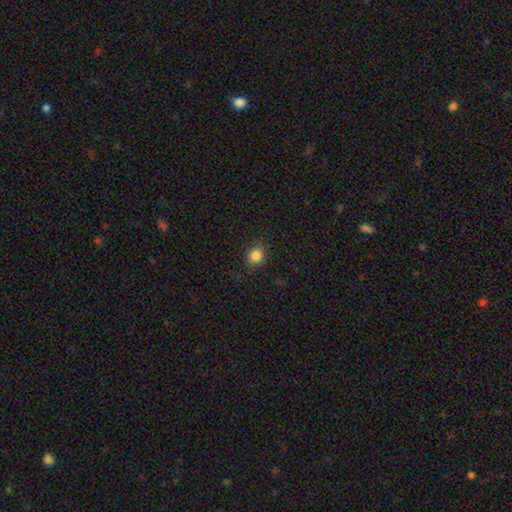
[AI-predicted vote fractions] Smooth or featured?
  - smooth: 84% *
  - star or artifact: 11%
  - featured or disk: 4%
How rounded?
  - round: 75% *
  - in between: 24%
  - cigar-shaped: 1%
Merging?
  - none: 86% *
  - minor disturbance: 10%
  - major disturbance: 3%
  - merger: 1%